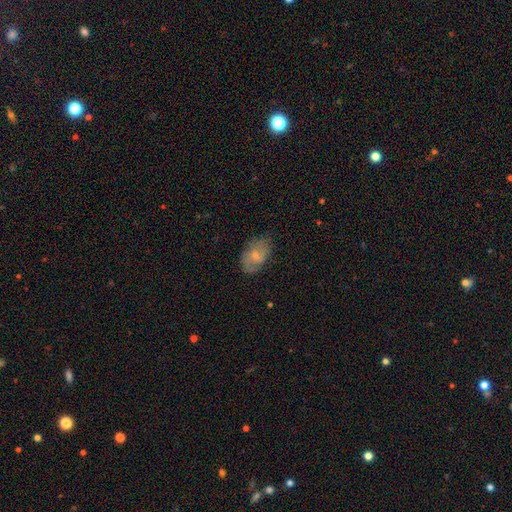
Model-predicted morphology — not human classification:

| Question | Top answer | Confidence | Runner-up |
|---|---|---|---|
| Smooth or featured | smooth | 59% | featured or disk (33%) |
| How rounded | in between | 89% | round (9%) |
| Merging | none | 68% | minor disturbance (23%) |